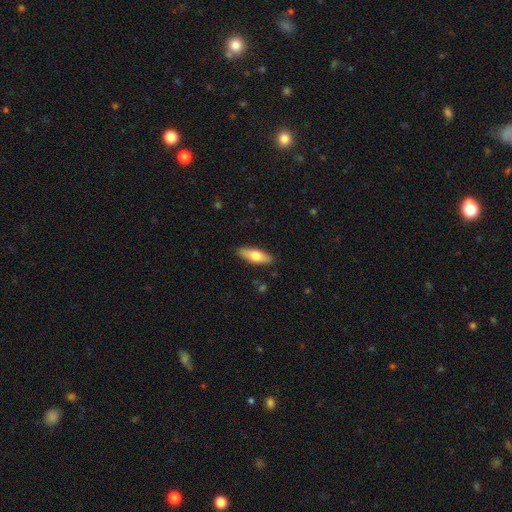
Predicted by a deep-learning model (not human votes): Morphology: type=smooth (65%); roundness=in between (60%); merging=none (88%).